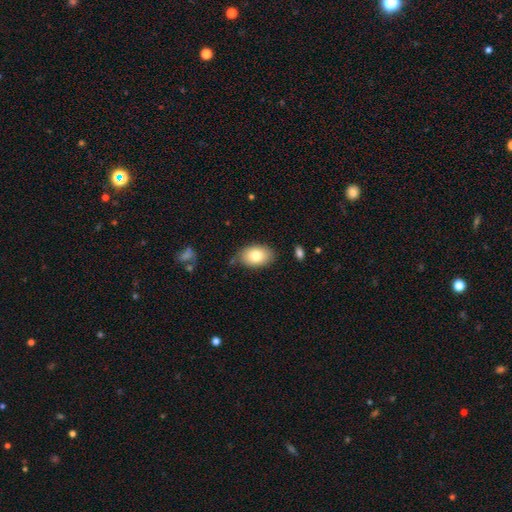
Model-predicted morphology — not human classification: type=smooth (80%); roundness=in between (88%); merging=none (75%).